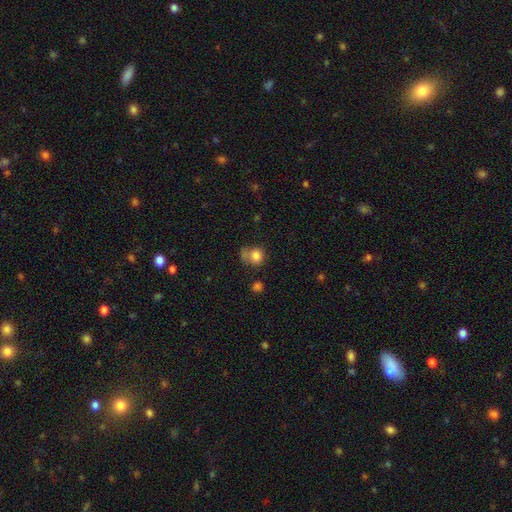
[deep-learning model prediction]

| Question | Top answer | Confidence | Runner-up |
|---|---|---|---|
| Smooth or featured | smooth | 80% | star or artifact (11%) |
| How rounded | round | 71% | in between (28%) |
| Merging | none | 43% | minor disturbance (23%) |